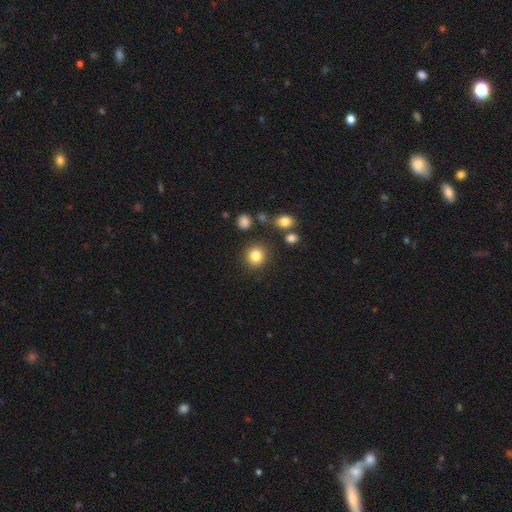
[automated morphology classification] The model was most divided on "smooth or featured": smooth: 83%, star or artifact: 11%, featured or disk: 6%. More confident: how rounded — round (87%); merging — none (86%).